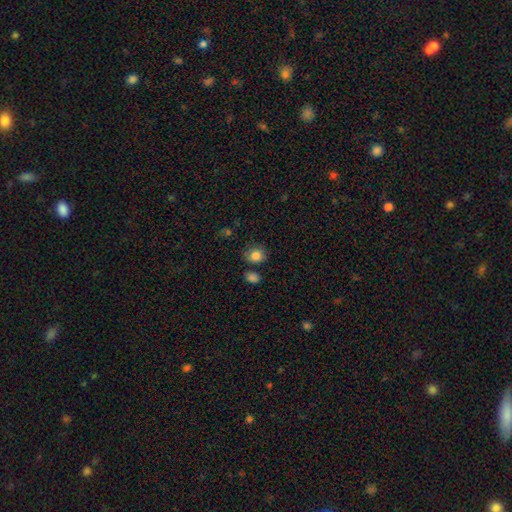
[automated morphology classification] Smooth or featured? Predicted: smooth (p=0.84). How rounded? Predicted: round (p=0.67). Merging? Predicted: none (p=0.74).